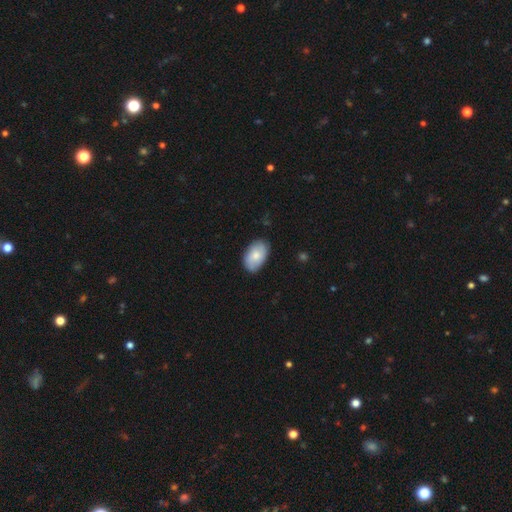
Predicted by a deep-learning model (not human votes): A smooth galaxy with no disk features (72%) that is in between round and cigar-shaped (92%).

Vote fractions:
- Smooth or featured? smooth: 72% / featured or disk: 22% / star or artifact: 6%
- How rounded? in between: 92% / round: 7% / cigar-shaped: 1%
- Merging? none: 79% / minor disturbance: 17% / major disturbance: 3% / merger: 1%